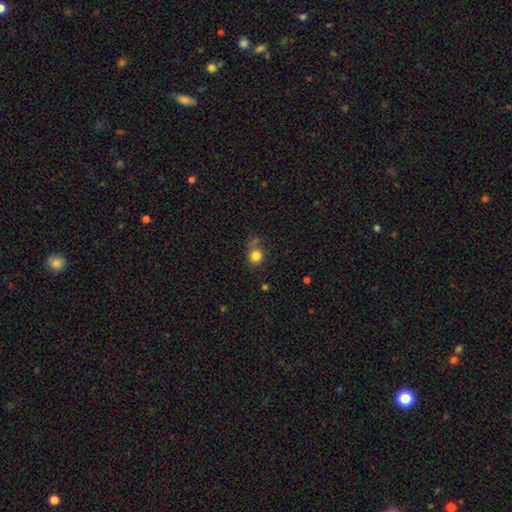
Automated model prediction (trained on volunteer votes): The model was most divided on "merging": none: 62%, minor disturbance: 18%, merger: 12%, major disturbance: 9%. More confident: smooth or featured — smooth (82%); how rounded — round (80%).